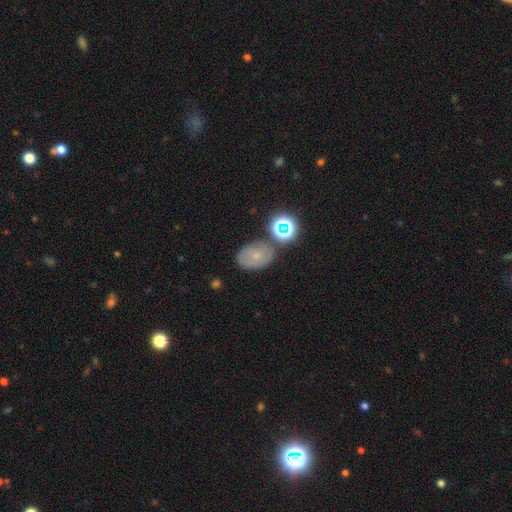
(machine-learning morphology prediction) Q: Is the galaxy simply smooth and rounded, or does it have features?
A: smooth — 49%.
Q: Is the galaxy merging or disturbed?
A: none — 70%.